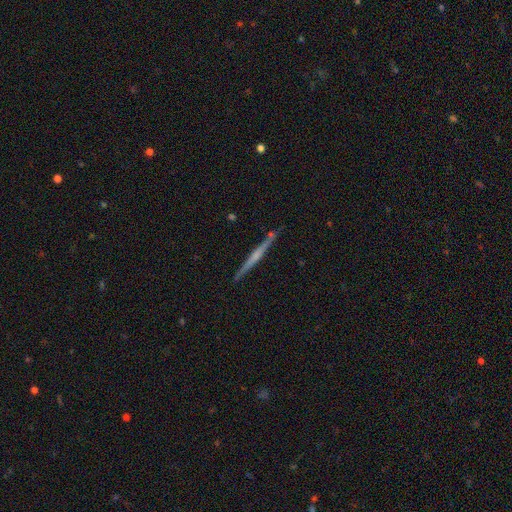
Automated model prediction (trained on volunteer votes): A featured or disk galaxy (68%) viewed edge-on (98%) with no central bulge (44%).

Vote fractions:
- Smooth or featured? featured or disk: 68% / smooth: 26% / star or artifact: 6%
- Edge-on disk? yes: 98% / no: 2%
- Edge-on bulge? none: 44% / rounded: 42% / boxy: 14%
- Merging? none: 89% / minor disturbance: 7% / merger: 2% / major disturbance: 1%